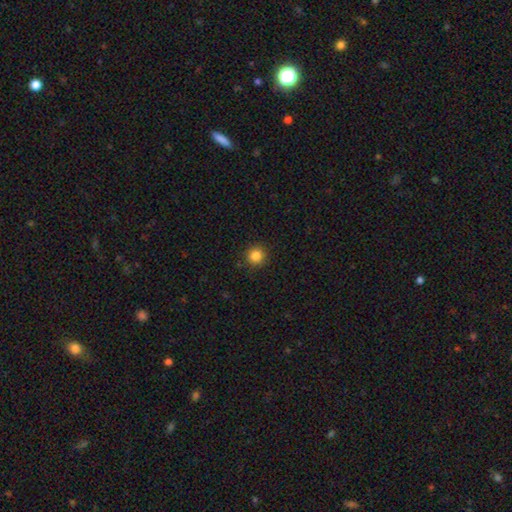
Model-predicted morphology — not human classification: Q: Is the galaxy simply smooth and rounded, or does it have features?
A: smooth — 84%.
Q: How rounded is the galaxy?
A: round — 95%.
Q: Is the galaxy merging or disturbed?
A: none — 91%.